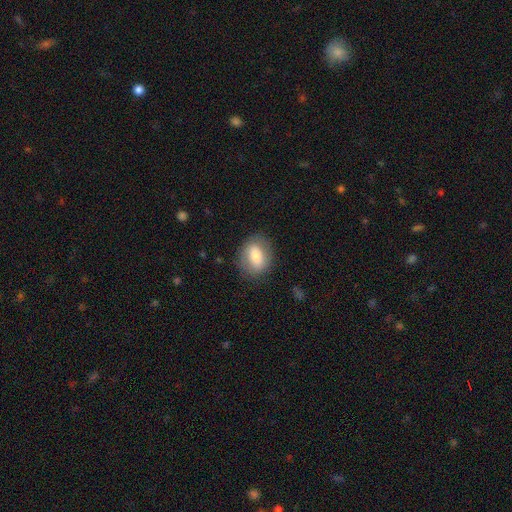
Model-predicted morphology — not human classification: smooth-or-featured: smooth: 73% | featured or disk: 20% | star or artifact: 7%
  how-rounded: in between: 64% | round: 35% | cigar-shaped: 2%
  merging: none: 81% | minor disturbance: 14% | major disturbance: 5% | merger: 1%